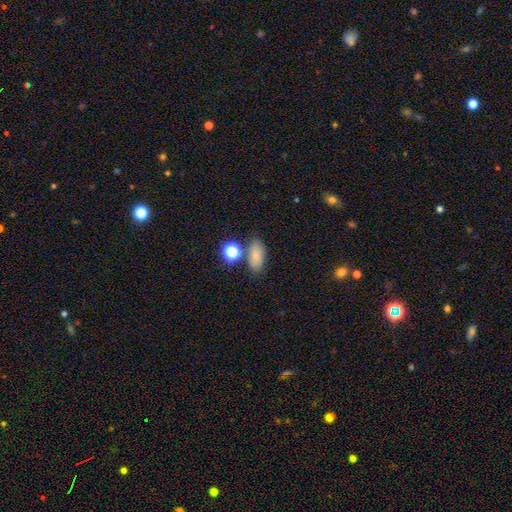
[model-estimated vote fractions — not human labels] smooth 78%, star or artifact 13%, featured or disk 10%. Down the decision tree: how rounded — in between (84%); merging — none (72%).